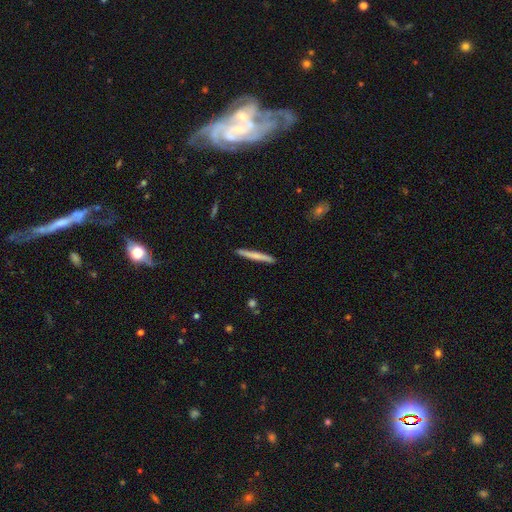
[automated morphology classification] This appears to be a smooth galaxy with no disk features (61%) that is cigar-shaped (96%). Merging: none (91%).